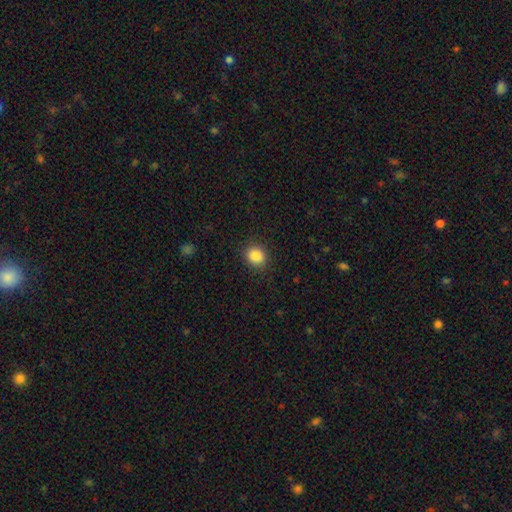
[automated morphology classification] Smooth or featured? Predicted: smooth (p=0.86). How rounded? Predicted: round (p=0.78). Merging? Predicted: none (p=0.88).